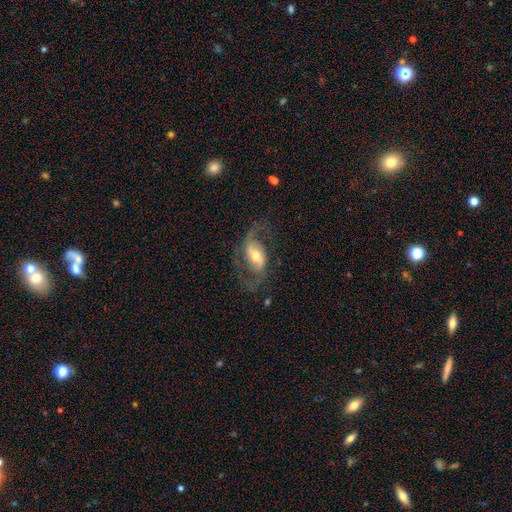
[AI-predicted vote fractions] Overall: featured or disk (83%). Edge-on disk: no (96%). Bar: weak (42%; strong 34%). Spiral arms: yes (92%). Spiral arm count: 2 (90%). Spiral winding: loose (54%; medium 38%). Bulge size: moderate (62%; small 29%). Merging: none (66%).